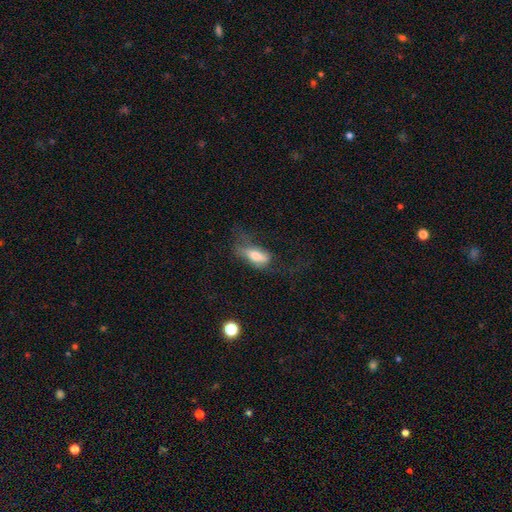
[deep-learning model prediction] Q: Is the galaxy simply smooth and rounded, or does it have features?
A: smooth — 68%.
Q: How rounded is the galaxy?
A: in between — 72%.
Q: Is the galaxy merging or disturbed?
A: major disturbance — 38%.